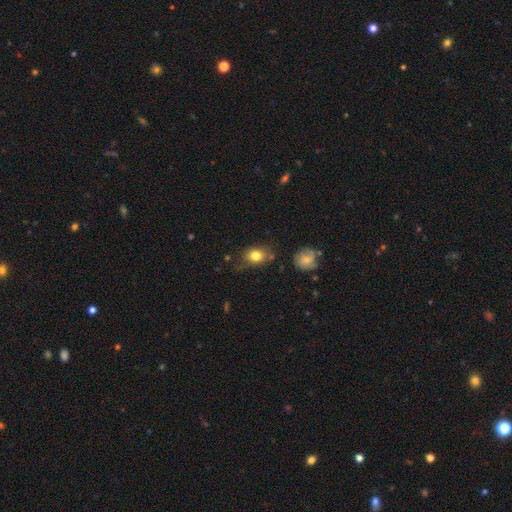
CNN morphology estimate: A smooth galaxy with no disk features (81%) that is in between round and cigar-shaped (55%). Merging: none (62%).